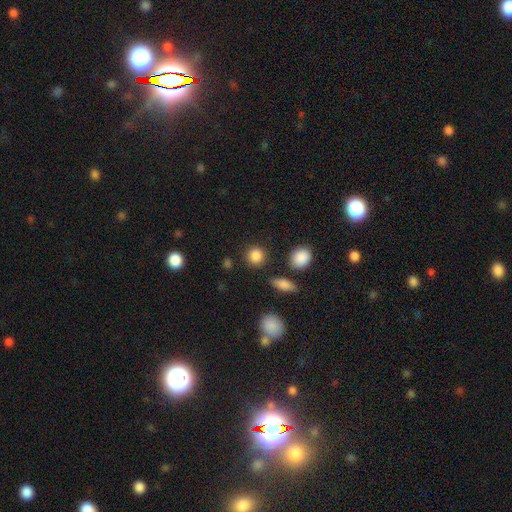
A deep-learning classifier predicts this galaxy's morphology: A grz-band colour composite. It shows a smooth galaxy with no disk features (86%) that is round (88%). Merging: none (85%).